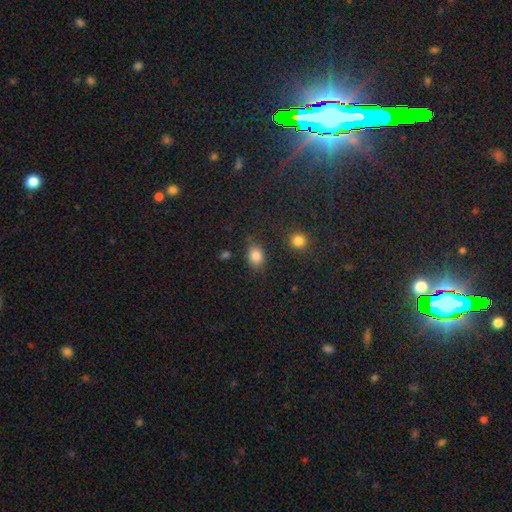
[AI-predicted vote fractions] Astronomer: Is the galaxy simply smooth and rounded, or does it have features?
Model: smooth — 83%.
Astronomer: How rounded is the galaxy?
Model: in between — 64%.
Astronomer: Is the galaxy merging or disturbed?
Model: none — 79%.